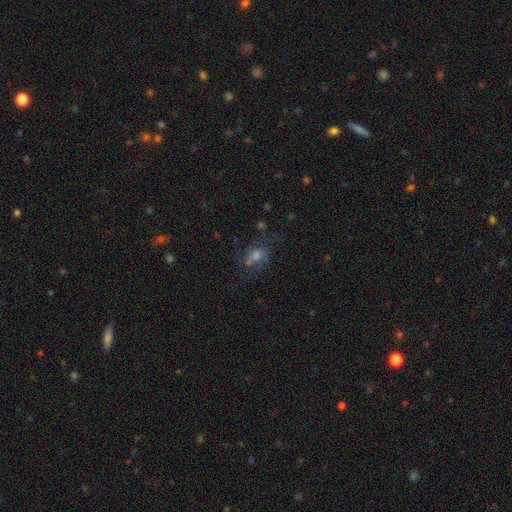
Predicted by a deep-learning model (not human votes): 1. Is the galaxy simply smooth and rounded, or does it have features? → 48% featured or disk, 30% smooth, 23% star or artifact.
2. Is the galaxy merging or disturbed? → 56% none, 19% major disturbance, 19% minor disturbance, 5% merger.